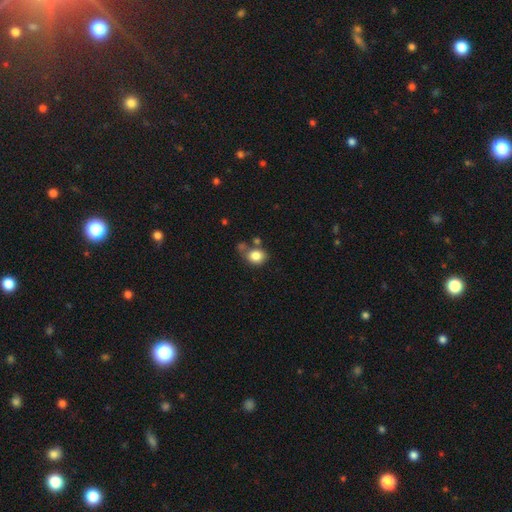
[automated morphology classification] Overall: smooth (83%). How rounded: round (63%; in between 36%). Merging: none (55%; merger 21%).